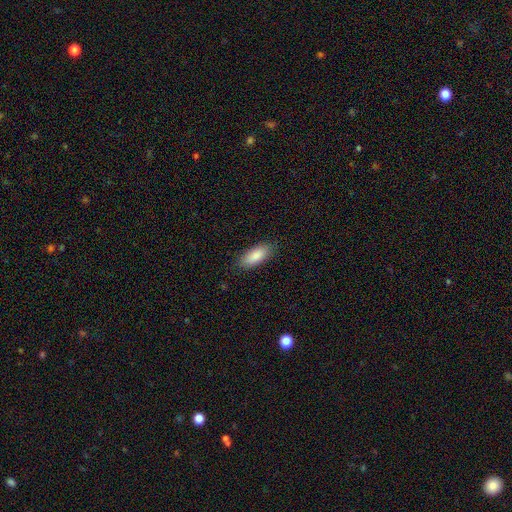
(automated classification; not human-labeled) smooth-or-featured: smooth: 87% | featured or disk: 7% | star or artifact: 6%
  how-rounded: in between: 82% | cigar-shaped: 17% | round: 2%
  merging: none: 85% | minor disturbance: 12% | major disturbance: 2% | merger: 1%